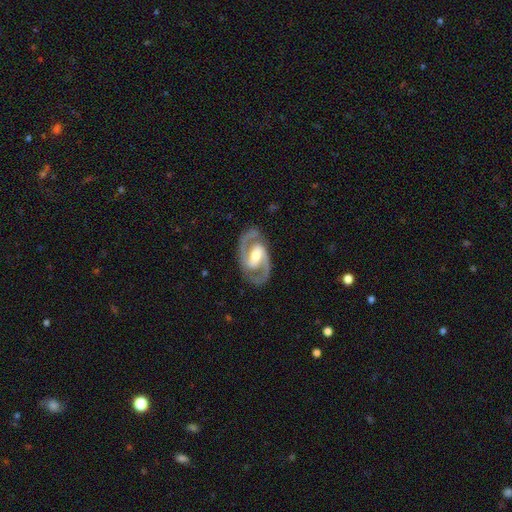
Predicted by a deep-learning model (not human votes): Morphology: type=featured or disk (92%); edge-on=no (97%); bar=strong (46%); spiral arms=yes (97%); winding=medium (60%); arm count=2 (94%); bulge=moderate (64%); merging=none (86%).